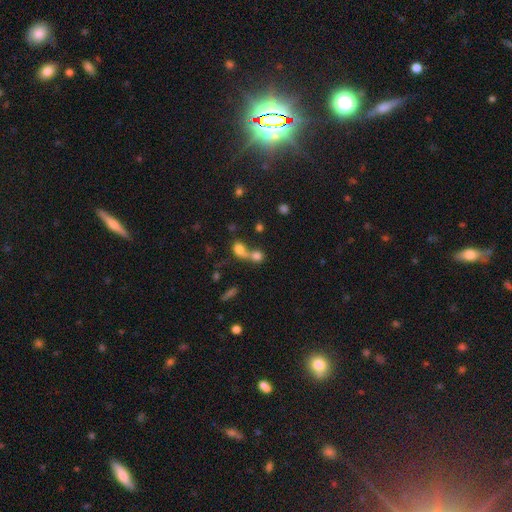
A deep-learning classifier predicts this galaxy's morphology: Smooth or featured?
  - smooth: 51% *
  - star or artifact: 32%
  - featured or disk: 17%
How rounded?
  - round: 56% *
  - in between: 38%
  - cigar-shaped: 6%
Merging?
  - merger: 52% *
  - none: 36%
  - minor disturbance: 7%
  - major disturbance: 6%